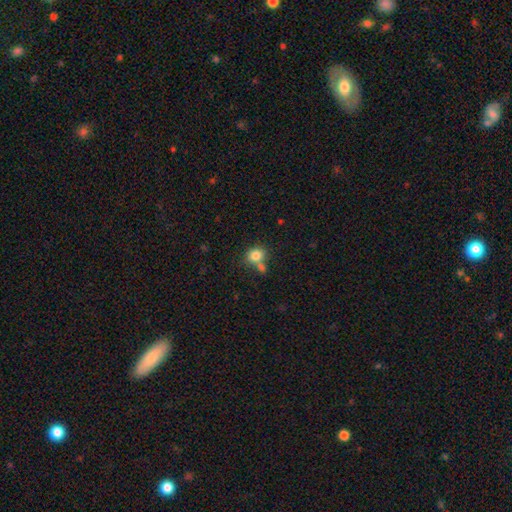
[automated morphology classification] Smooth or featured?
  - smooth: 80% *
  - star or artifact: 11%
  - featured or disk: 9%
How rounded?
  - round: 62% *
  - in between: 37%
  - cigar-shaped: 1%
Merging?
  - none: 54% *
  - merger: 28%
  - minor disturbance: 13%
  - major disturbance: 5%